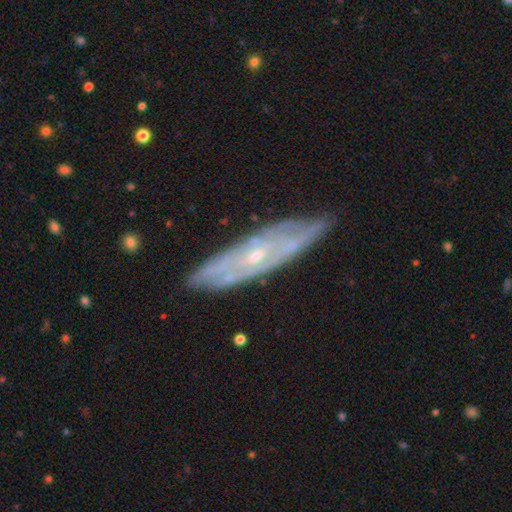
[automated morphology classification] This is likely a featured or disk galaxy (79%). It is likely not viewed edge-on (65%). Bar: likely no (64%). Spiral arm pattern: clearly yes (82%). Central bulge: likely small (76%). Merging: clearly none (80%).